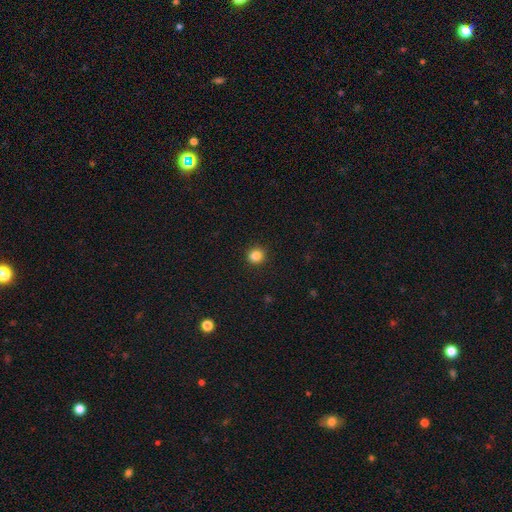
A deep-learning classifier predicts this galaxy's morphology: smooth-or-featured: smooth: 84% | star or artifact: 12% | featured or disk: 4%
  how-rounded: round: 83% | in between: 16% | cigar-shaped: 1%
  merging: none: 87% | minor disturbance: 9% | merger: 3% | major disturbance: 2%